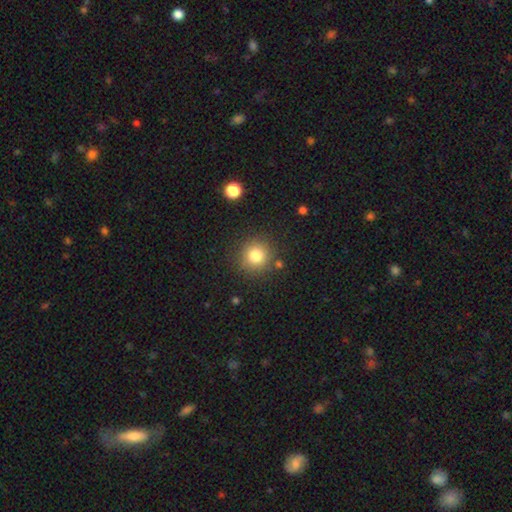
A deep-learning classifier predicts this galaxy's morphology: The model was most divided on "smooth or featured": smooth: 81%, star or artifact: 12%, featured or disk: 7%. More confident: how rounded — round (93%); merging — none (85%).